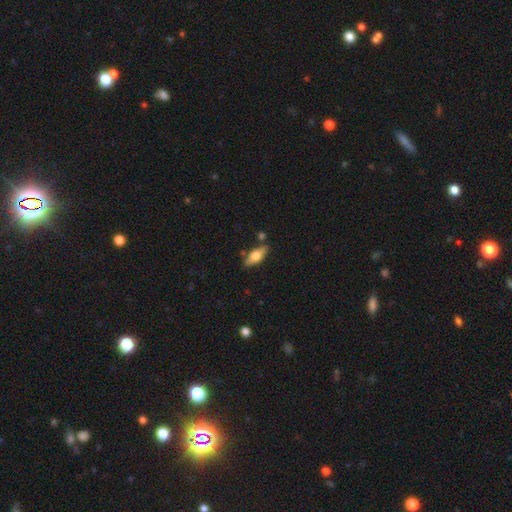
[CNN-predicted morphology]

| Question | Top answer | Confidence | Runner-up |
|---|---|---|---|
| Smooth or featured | smooth | 53% | featured or disk (40%) |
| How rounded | in between | 67% | cigar-shaped (30%) |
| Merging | none | 79% | minor disturbance (13%) |